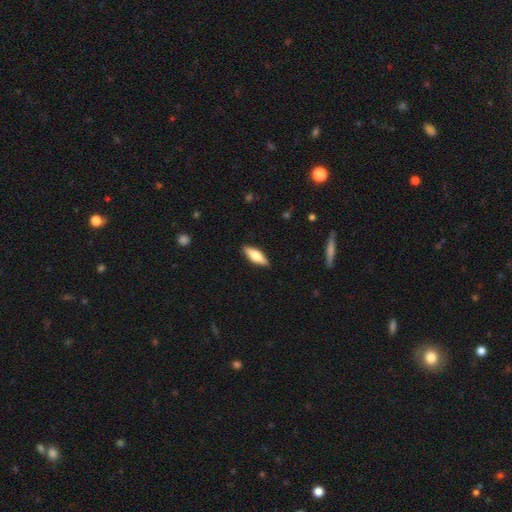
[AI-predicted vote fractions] Morphology: type=smooth (60%); roundness=in between (56%); merging=none (89%).